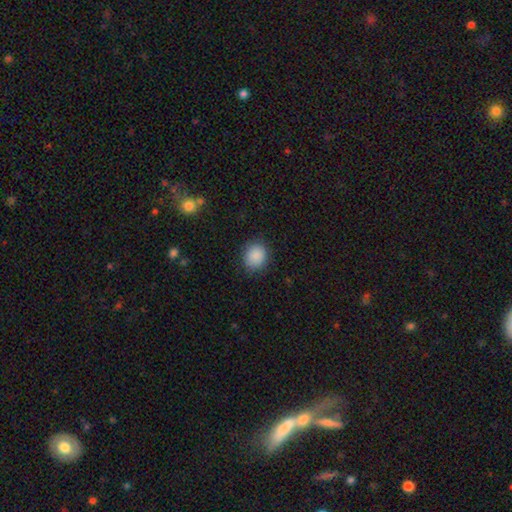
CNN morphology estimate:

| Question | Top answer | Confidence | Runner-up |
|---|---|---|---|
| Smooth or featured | smooth | 88% | star or artifact (8%) |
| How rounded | round | 74% | in between (25%) |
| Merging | none | 85% | minor disturbance (11%) |